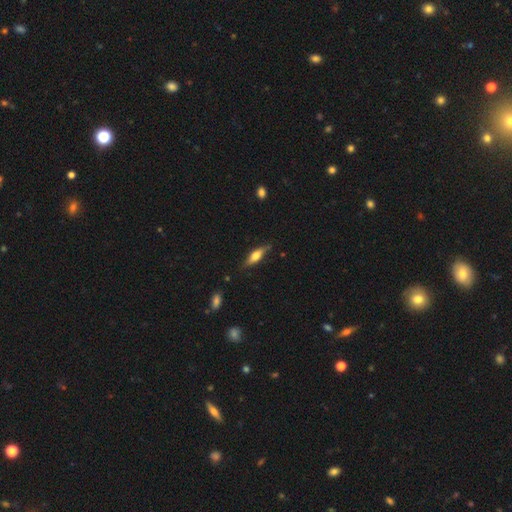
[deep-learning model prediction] Q: Smooth or featured?
A: smooth (53%); runner-up: featured or disk (41%)
Q: How rounded?
A: in between (50%); runner-up: cigar-shaped (47%)
Q: Merging?
A: none (75%); runner-up: minor disturbance (20%)